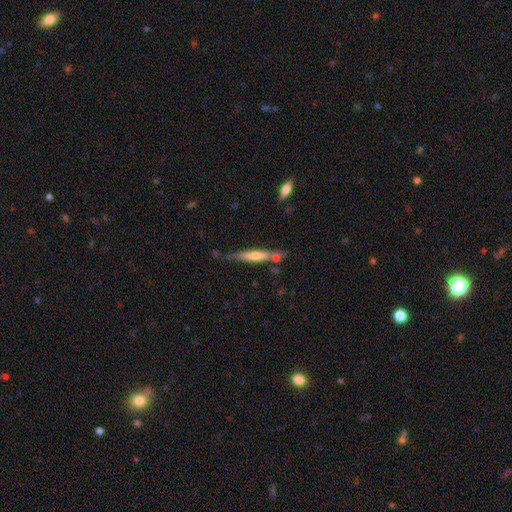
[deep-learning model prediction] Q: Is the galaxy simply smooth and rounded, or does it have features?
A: featured or disk — 47%.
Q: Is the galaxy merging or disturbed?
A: none — 63%.